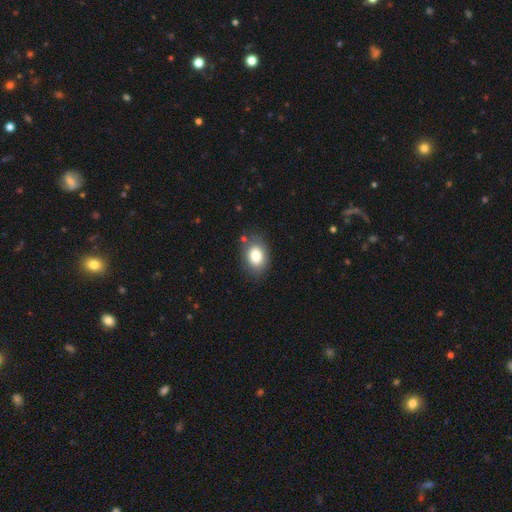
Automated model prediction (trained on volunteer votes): smooth_or_featured: smooth (p=0.83) [alt: featured or disk p=0.09]
how_rounded: in between (p=0.79) [alt: round p=0.20]
merging: none (p=0.80) [alt: minor disturbance p=0.14]